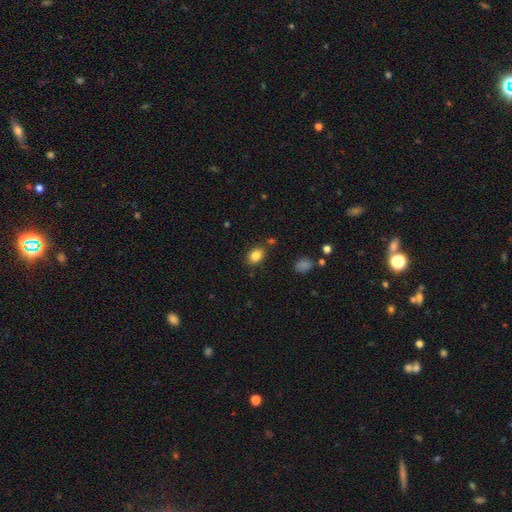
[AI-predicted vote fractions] Smooth or featured? smooth (84%)
How rounded? in between (75%)
Merging? none (81%)